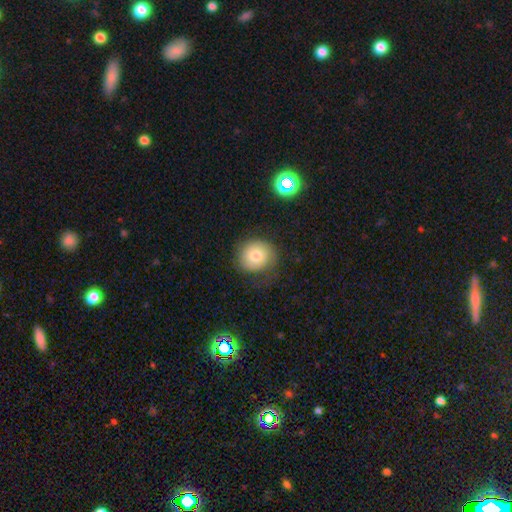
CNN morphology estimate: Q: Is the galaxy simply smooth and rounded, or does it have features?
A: smooth — 71%.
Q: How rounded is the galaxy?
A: round — 81%.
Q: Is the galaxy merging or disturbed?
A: none — 70%.